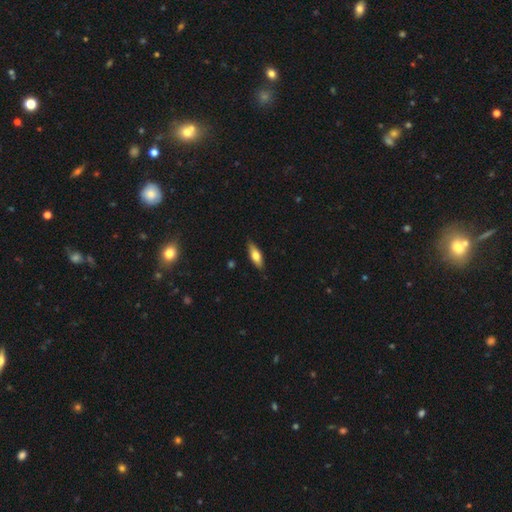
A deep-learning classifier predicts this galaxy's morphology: Smooth or featured? Predicted: smooth (p=0.67). How rounded? Predicted: in between (p=0.60). Merging? Predicted: none (p=0.84).